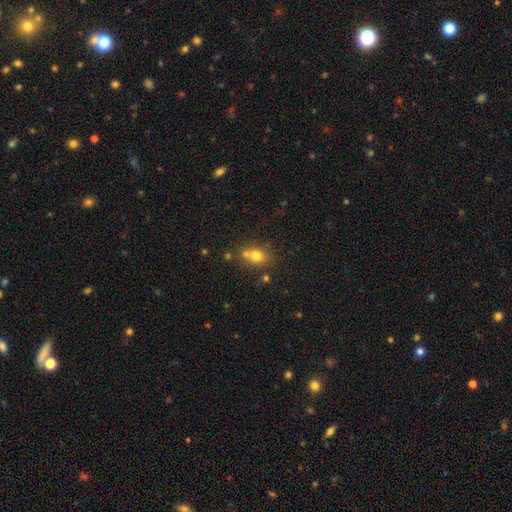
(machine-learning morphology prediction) A smooth galaxy with no disk features (74%) that is round (63%).

Vote fractions:
- Smooth or featured? smooth: 74% / star or artifact: 14% / featured or disk: 11%
- How rounded? round: 63% / in between: 36% / cigar-shaped: 1%
- Merging? none: 57% / merger: 28% / minor disturbance: 11% / major disturbance: 4%